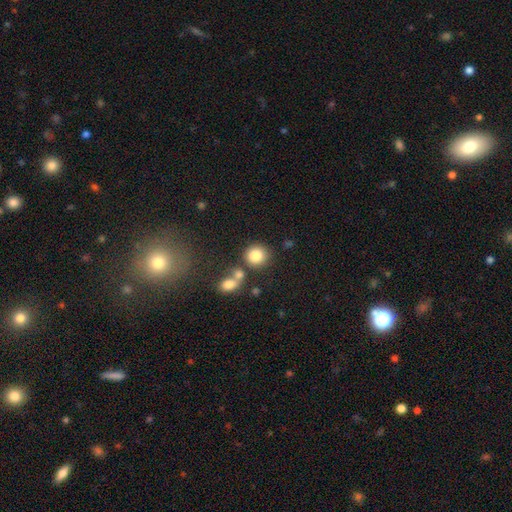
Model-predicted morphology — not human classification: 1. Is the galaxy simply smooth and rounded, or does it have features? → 84% smooth, 10% star or artifact, 6% featured or disk.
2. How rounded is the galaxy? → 86% round, 13% in between, 1% cigar-shaped.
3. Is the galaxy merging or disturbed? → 69% none, 17% merger, 10% minor disturbance, 4% major disturbance.